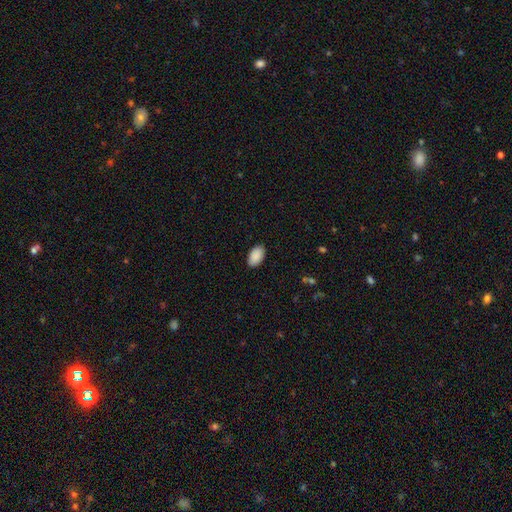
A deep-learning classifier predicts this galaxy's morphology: smooth-or-featured: smooth: 91% | star or artifact: 6% | featured or disk: 3%
  how-rounded: in between: 95% | round: 4% | cigar-shaped: 1%
  merging: none: 88% | minor disturbance: 9% | major disturbance: 2% | merger: 1%